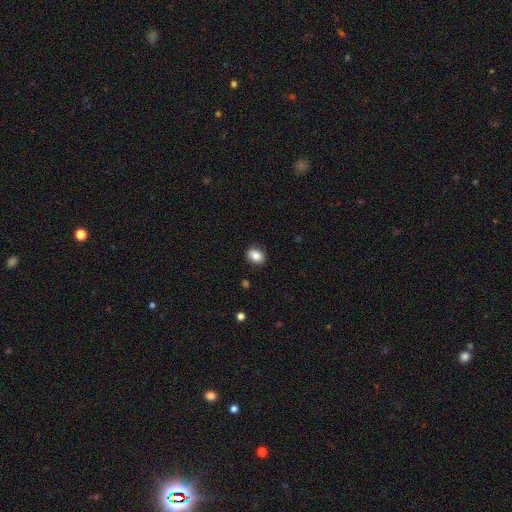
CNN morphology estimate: Smooth or featured?
  - smooth: 84% *
  - star or artifact: 9%
  - featured or disk: 8%
How rounded?
  - in between: 68% *
  - round: 31%
  - cigar-shaped: 1%
Merging?
  - none: 88% *
  - minor disturbance: 9%
  - major disturbance: 2%
  - merger: 1%